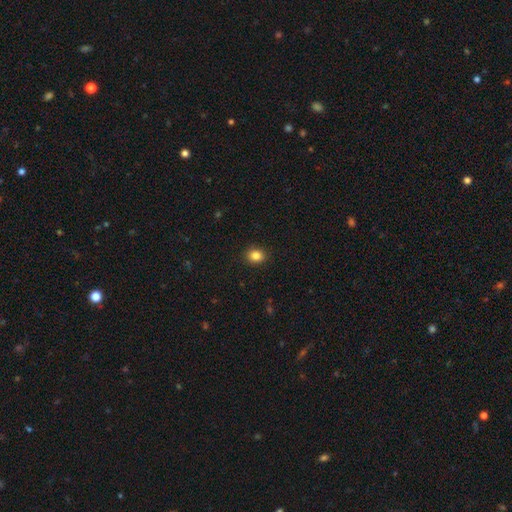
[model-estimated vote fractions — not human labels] The model was most divided on "how rounded": round: 62%, in between: 37%, cigar-shaped: 1%. More confident: merging — none (90%); smooth or featured — smooth (85%).